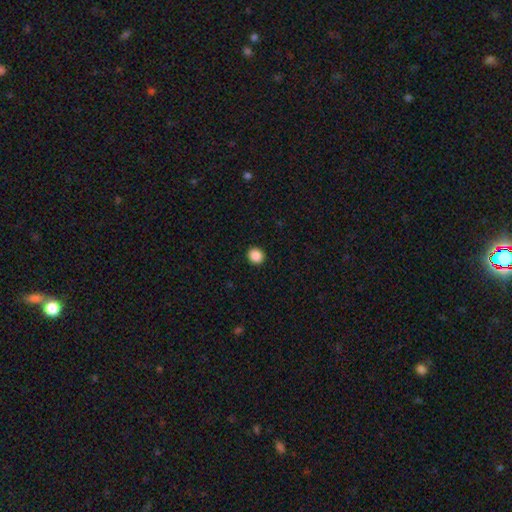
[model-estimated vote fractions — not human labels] Overall: smooth (88%). How rounded: round (87%). Merging: none (93%).